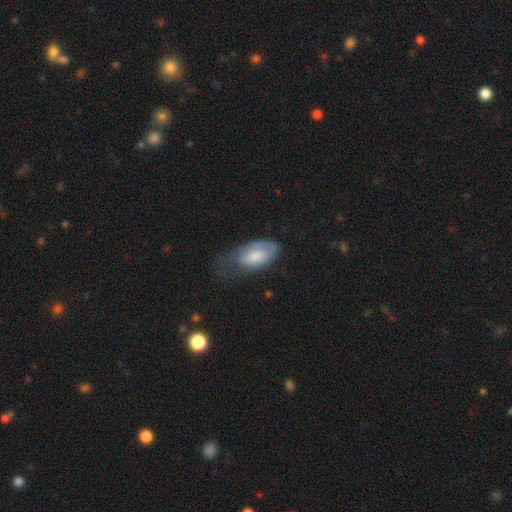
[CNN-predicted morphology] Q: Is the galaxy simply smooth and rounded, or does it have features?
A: smooth — 67%.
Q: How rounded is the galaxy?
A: in between — 93%.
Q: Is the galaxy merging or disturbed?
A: minor disturbance — 35%, tied with major disturbance.